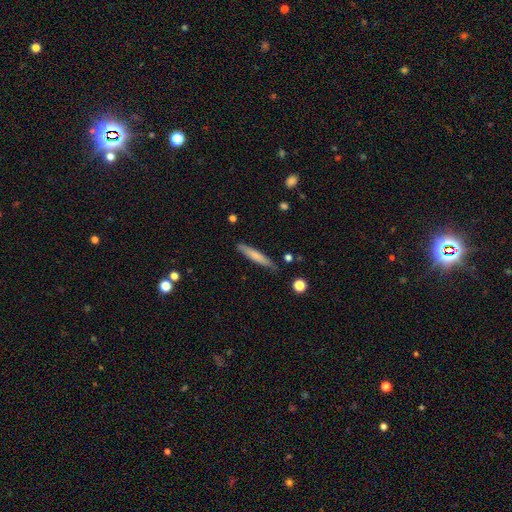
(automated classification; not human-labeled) smooth_or_featured: smooth (p=0.70) [alt: featured or disk p=0.24]
how_rounded: cigar-shaped (p=0.93) [alt: in between p=0.06]
merging: none (p=0.83) [alt: minor disturbance p=0.13]